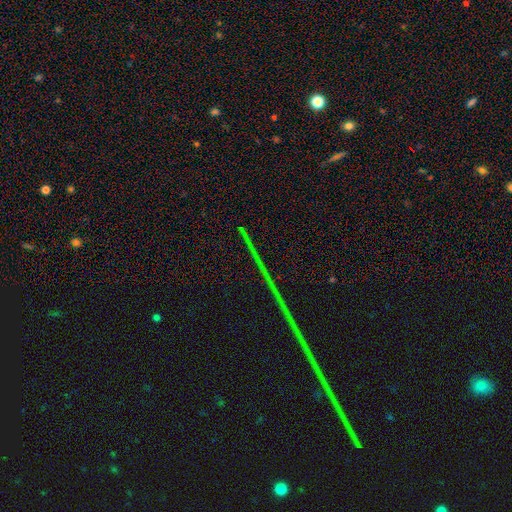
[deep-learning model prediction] The model was most divided on "smooth or featured": star or artifact: 87%, featured or disk: 7%, smooth: 5%.